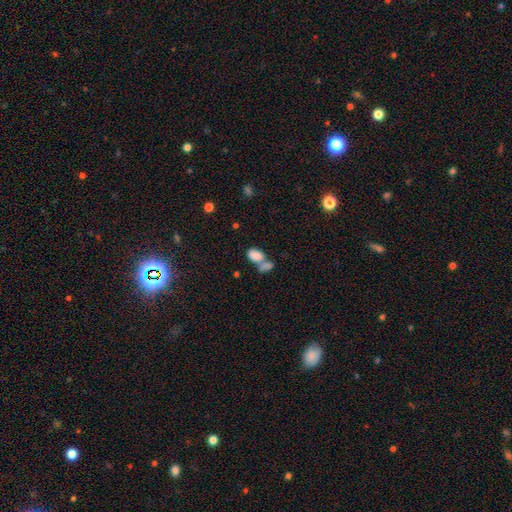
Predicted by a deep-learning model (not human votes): Overall: smooth (80%). How rounded: in between (89%). Merging: merger (65%).